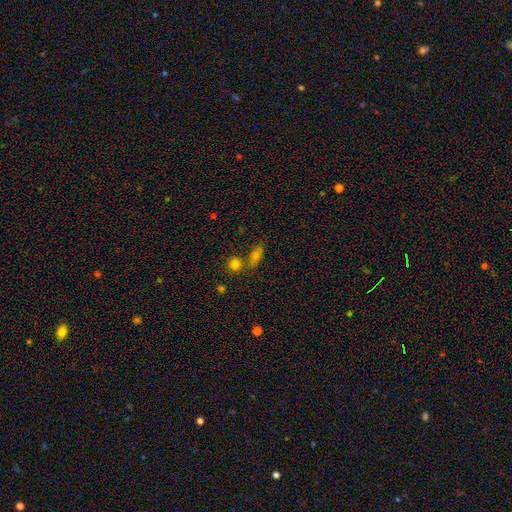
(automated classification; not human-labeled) Q: Smooth or featured?
A: smooth (62%); runner-up: star or artifact (23%)
Q: How rounded?
A: in between (60%); runner-up: round (22%)
Q: Merging?
A: none (58%); runner-up: merger (23%)